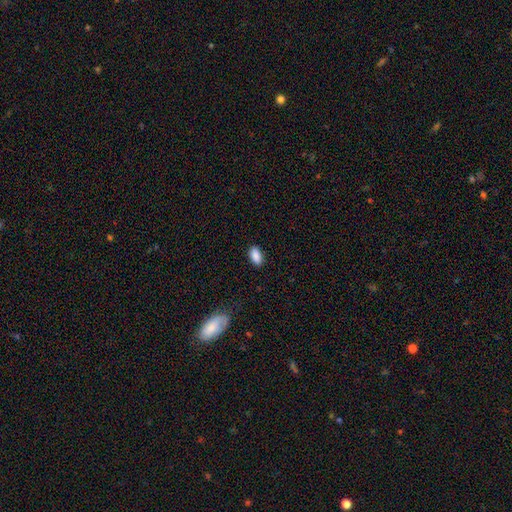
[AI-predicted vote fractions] smooth 89%, star or artifact 8%, featured or disk 4%. Down the decision tree: how rounded — in between (92%); merging — none (87%).